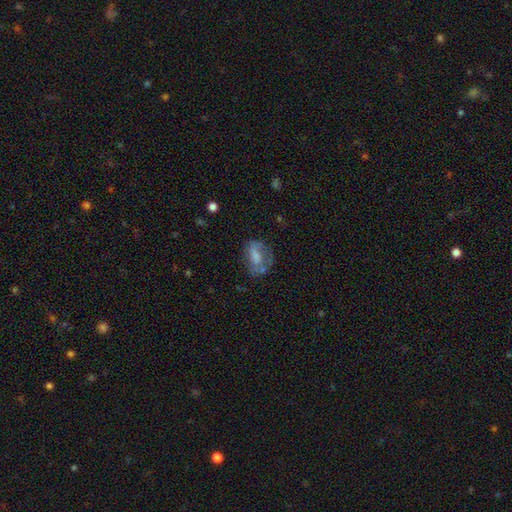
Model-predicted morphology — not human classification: The model was most divided on "merging": none: 41%, major disturbance: 26%, minor disturbance: 25%, merger: 8%. More confident: how rounded — in between (78%); smooth or featured — smooth (55%).